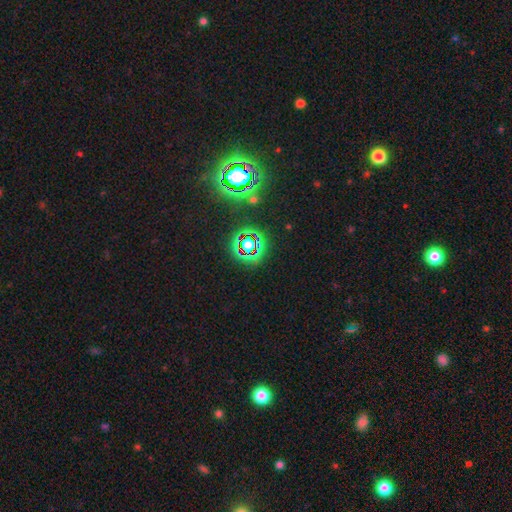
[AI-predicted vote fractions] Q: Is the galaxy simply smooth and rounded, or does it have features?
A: star or artifact — 75%.